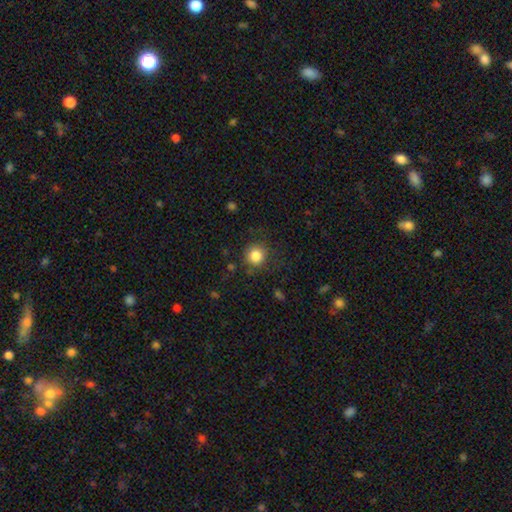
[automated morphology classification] Smooth or featured: smooth — 84% (star or artifact — 11%)
How rounded: round — 92% (in between — 7%)
Merging: none — 83% (minor disturbance — 11%)